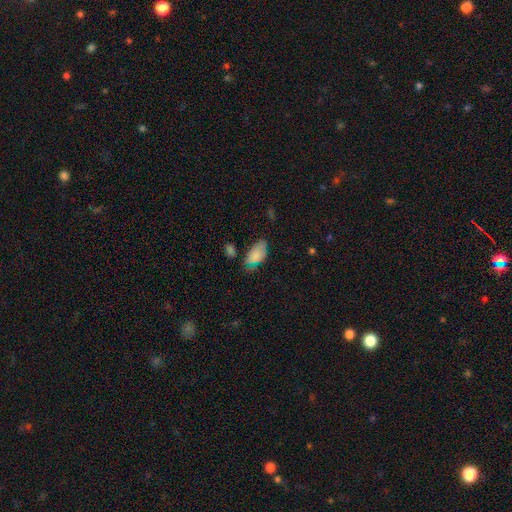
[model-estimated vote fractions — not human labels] Overall: smooth (79%). How rounded: in between (94%). Merging: none (48%; minor disturbance 34%).